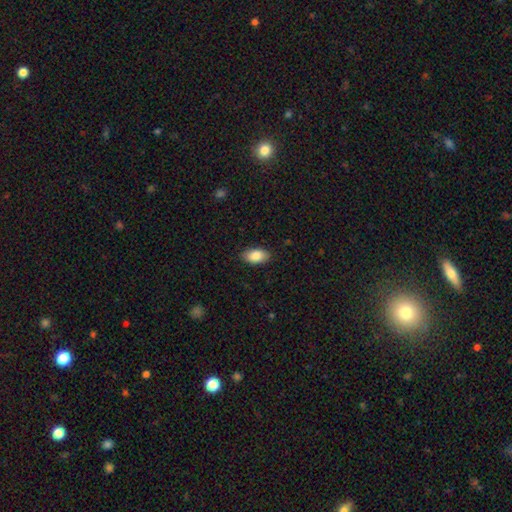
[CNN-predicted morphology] The model was most divided on "merging": none: 88%, minor disturbance: 9%, major disturbance: 2%, merger: 1%. More confident: how rounded — in between (93%); smooth or featured — smooth (87%).